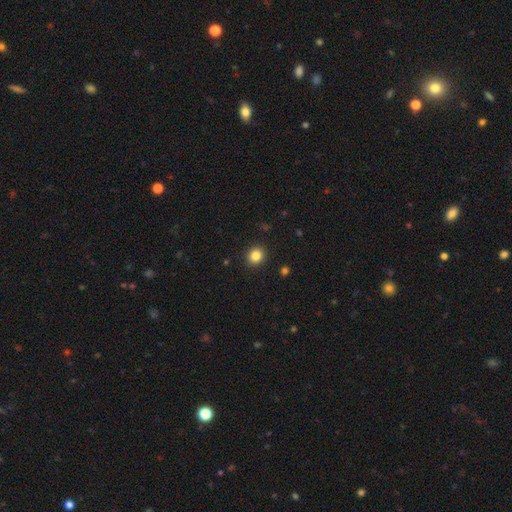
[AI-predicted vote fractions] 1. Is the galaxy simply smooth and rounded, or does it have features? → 85% smooth, 11% star or artifact, 4% featured or disk.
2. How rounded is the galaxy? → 79% round, 20% in between, 1% cigar-shaped.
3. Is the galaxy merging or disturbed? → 91% none, 6% minor disturbance, 2% major disturbance, 1% merger.